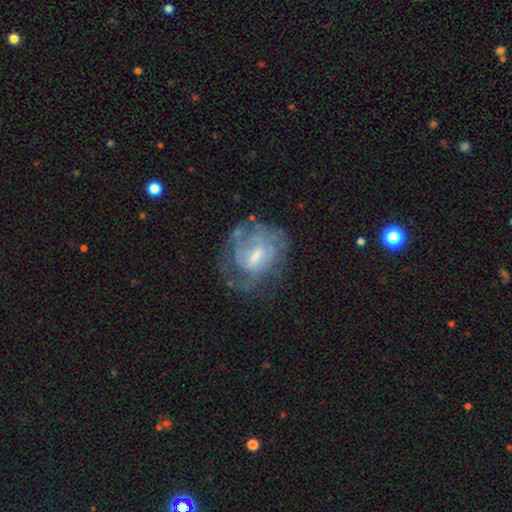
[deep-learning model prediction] A featured or disk galaxy (70%) with a weak bar (55%), spiral arms (66%) and a small central bulge (44%).

Vote fractions:
- Smooth or featured? featured or disk: 70% / smooth: 22% / star or artifact: 8%
- Edge-on disk? no: 97% / yes: 3%
- Bar? weak: 55% / no: 31% / strong: 14%
- Spiral arms? yes: 66% / no: 34%
- Bulge size? small: 44% / moderate: 39% / none: 12% / large: 5% / dominant: 1%
- Merging? none: 49% / major disturbance: 24% / minor disturbance: 24% / merger: 3%